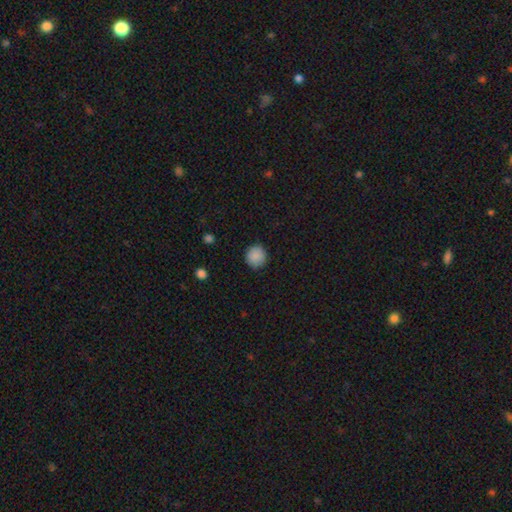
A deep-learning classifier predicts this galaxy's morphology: This is clearly a smooth galaxy (88%). How rounded: clearly round (93%). Merging: clearly none (90%).